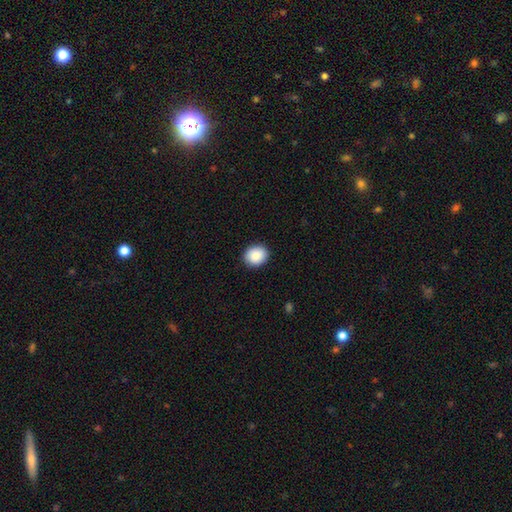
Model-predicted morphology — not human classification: Smooth or featured? Predicted: smooth (p=0.88). How rounded? Predicted: round (p=0.67). Merging? Predicted: none (p=0.90).